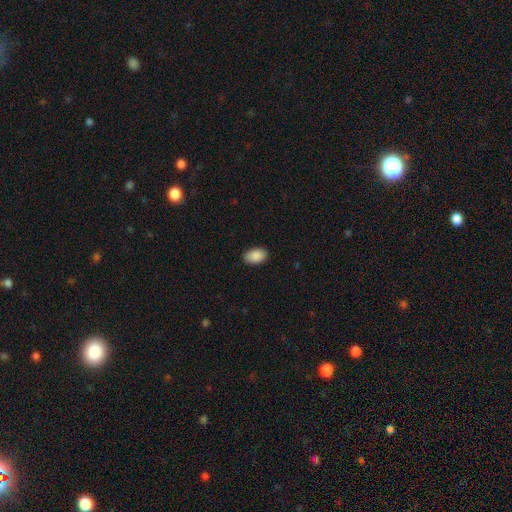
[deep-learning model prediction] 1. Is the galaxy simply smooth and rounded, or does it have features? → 90% smooth, 7% star or artifact, 4% featured or disk.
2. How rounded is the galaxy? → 92% in between, 7% round, 1% cigar-shaped.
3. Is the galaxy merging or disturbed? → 88% none, 9% minor disturbance, 2% major disturbance, 1% merger.